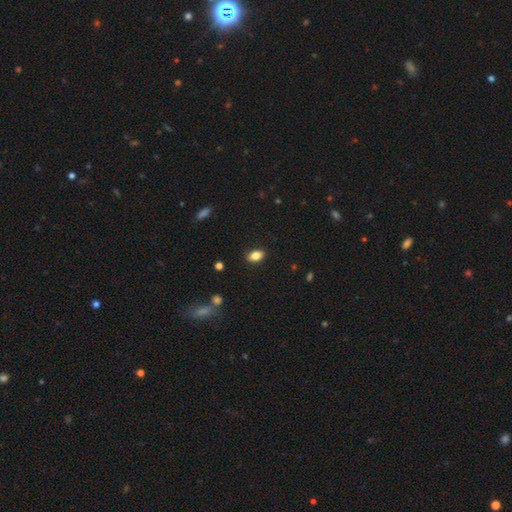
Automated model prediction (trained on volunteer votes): This is clearly a smooth galaxy (83%). How rounded: clearly in between (87%). Merging: clearly none (86%).